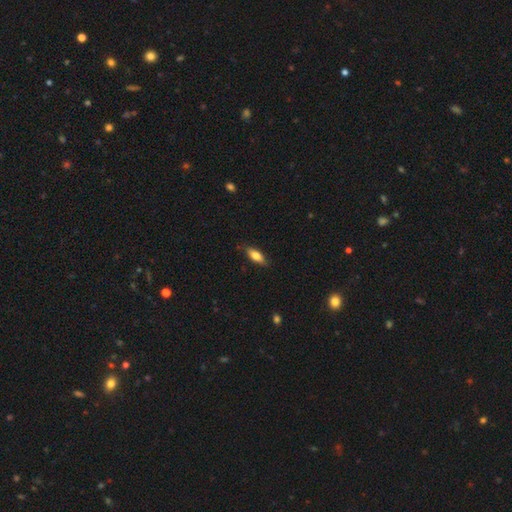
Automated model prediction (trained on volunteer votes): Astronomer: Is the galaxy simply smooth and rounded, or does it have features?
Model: smooth — 72%.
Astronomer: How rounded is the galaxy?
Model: in between — 68%.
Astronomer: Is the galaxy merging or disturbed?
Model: none — 82%.